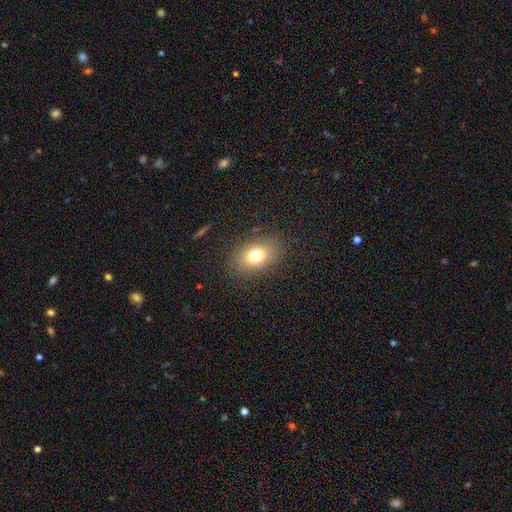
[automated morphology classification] Overall: smooth (76%). How rounded: in between (78%). Merging: none (84%).